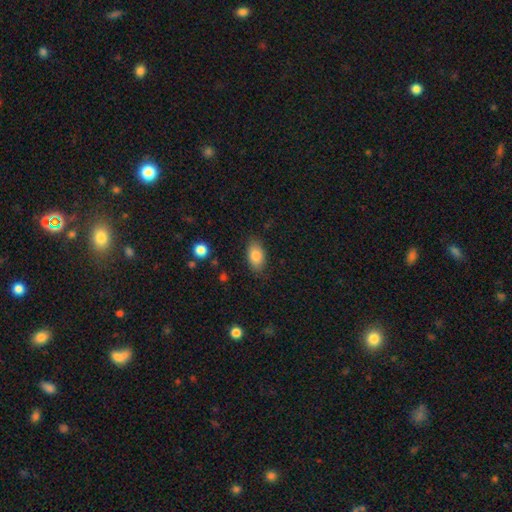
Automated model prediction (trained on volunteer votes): This appears to be a smooth galaxy with no disk features (84%) that is in between round and cigar-shaped (91%). Merging: none (83%).